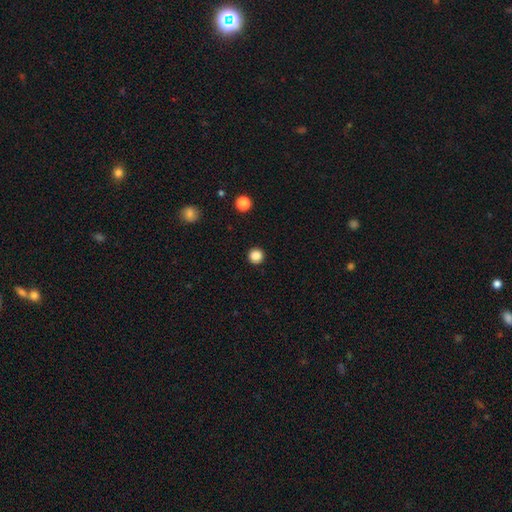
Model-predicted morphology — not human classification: The model was most divided on "smooth or featured": smooth: 85%, star or artifact: 11%, featured or disk: 4%. More confident: how rounded — round (96%); merging — none (93%).